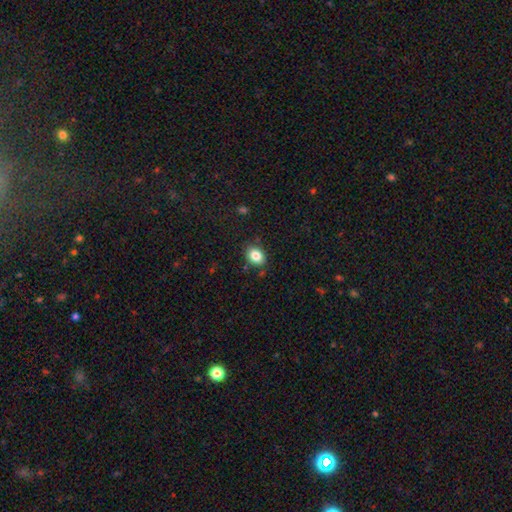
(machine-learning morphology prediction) Q: Smooth or featured?
A: smooth (85%); runner-up: star or artifact (9%)
Q: How rounded?
A: in between (64%); runner-up: round (35%)
Q: Merging?
A: none (85%); runner-up: minor disturbance (11%)